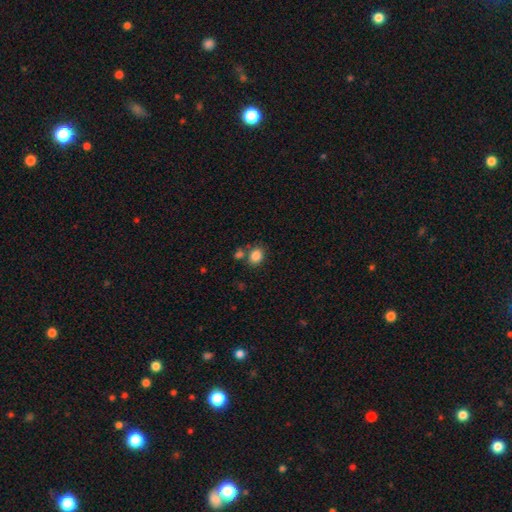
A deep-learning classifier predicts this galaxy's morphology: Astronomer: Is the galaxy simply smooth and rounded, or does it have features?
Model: smooth — 85%.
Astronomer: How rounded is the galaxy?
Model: in between — 51% (runner-up: round, 48%).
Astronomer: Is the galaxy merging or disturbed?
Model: none — 67%.